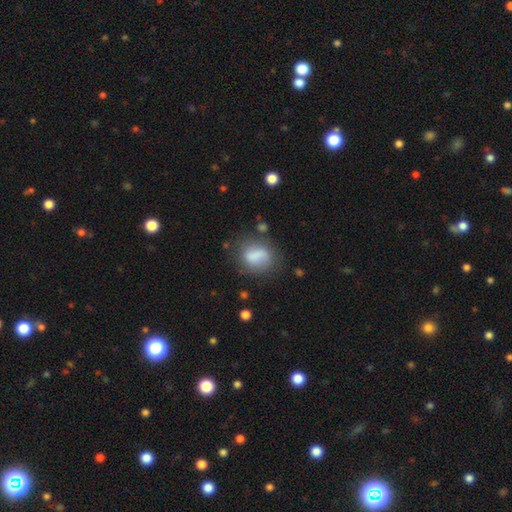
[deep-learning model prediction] A smooth galaxy with no disk features (74%) that is in between round and cigar-shaped (55%). Merging: none (56%).